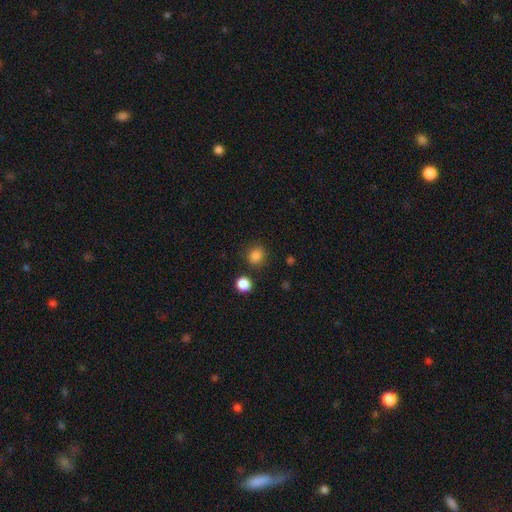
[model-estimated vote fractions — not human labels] Overall: smooth (85%). How rounded: round (77%). Merging: none (82%).